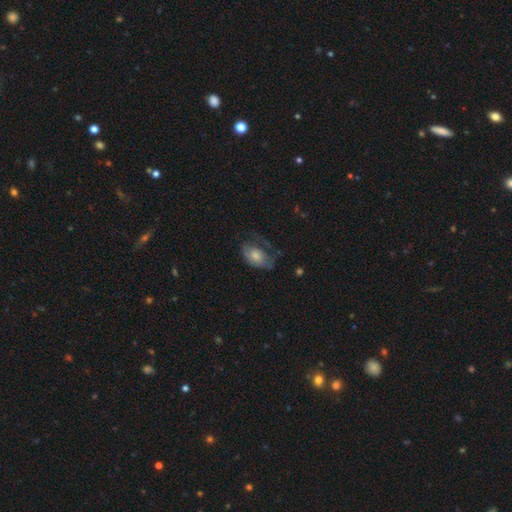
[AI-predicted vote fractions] smooth_or_featured: smooth (p=0.56) [alt: featured or disk p=0.37]
how_rounded: in between (p=0.86) [alt: round p=0.12]
merging: major disturbance (p=0.36) [alt: none p=0.34]